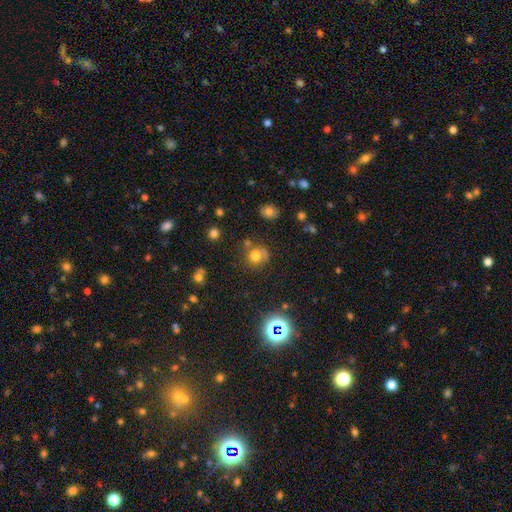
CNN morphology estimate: Q: Smooth or featured?
A: smooth (67%); runner-up: star or artifact (19%)
Q: How rounded?
A: round (82%); runner-up: in between (17%)
Q: Merging?
A: none (60%); runner-up: minor disturbance (19%)